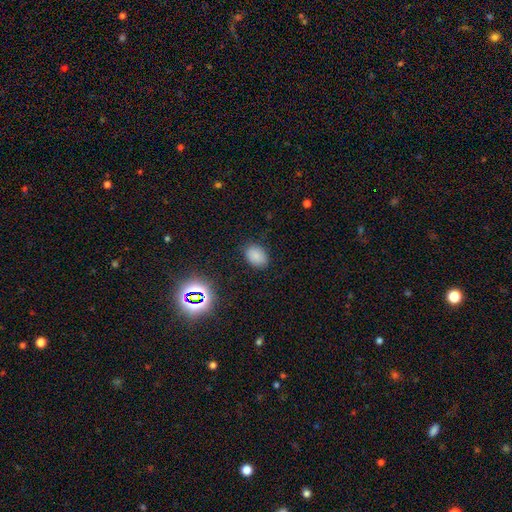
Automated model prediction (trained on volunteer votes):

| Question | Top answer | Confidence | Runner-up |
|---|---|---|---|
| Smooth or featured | smooth | 81% | star or artifact (14%) |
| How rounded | in between | 75% | round (24%) |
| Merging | none | 85% | minor disturbance (11%) |